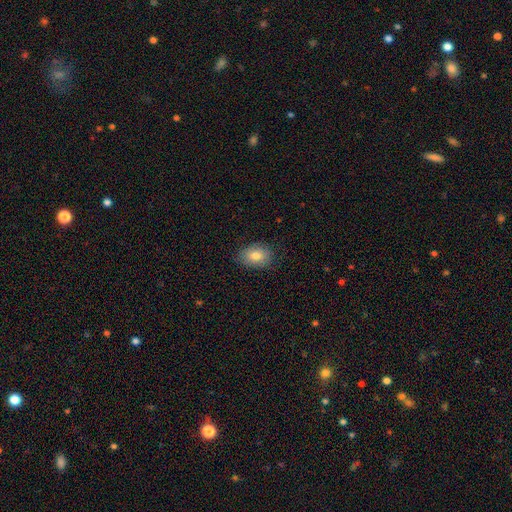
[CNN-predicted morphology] This is likely a smooth galaxy (80%). How rounded: likely in between (73%). Merging: clearly none (84%).